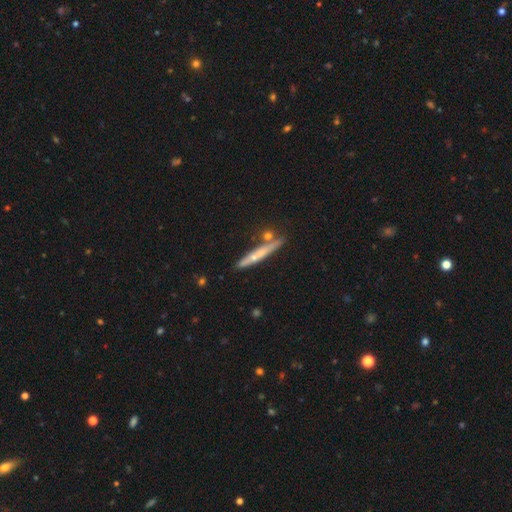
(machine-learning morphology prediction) Smooth or featured? featured or disk (56%)
Edge-on disk? yes (94%)
Edge-on bulge? rounded (57%)
Merging? none (78%)